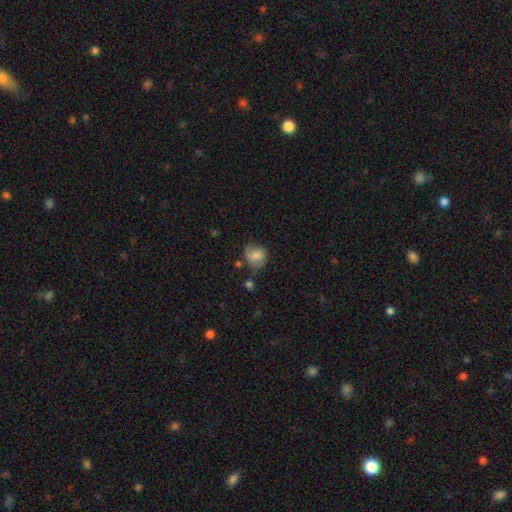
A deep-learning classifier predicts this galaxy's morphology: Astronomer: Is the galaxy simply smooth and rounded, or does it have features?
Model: smooth — 67%.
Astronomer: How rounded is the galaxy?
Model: round — 70%.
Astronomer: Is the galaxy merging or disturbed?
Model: none — 52% (runner-up: minor disturbance, 30%).